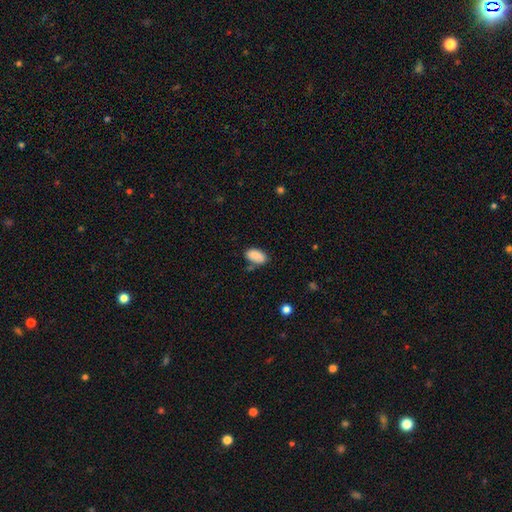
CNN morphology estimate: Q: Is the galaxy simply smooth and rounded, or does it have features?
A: smooth — 87%.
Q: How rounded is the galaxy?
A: in between — 94%.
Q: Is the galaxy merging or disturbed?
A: none — 68%.